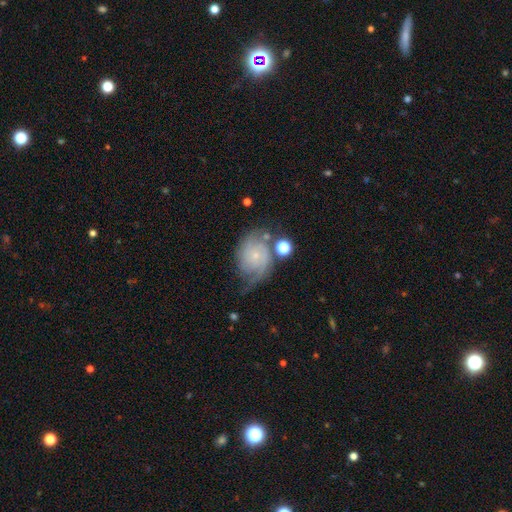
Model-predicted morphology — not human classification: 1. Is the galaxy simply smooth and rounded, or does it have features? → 81% featured or disk, 12% smooth, 7% star or artifact.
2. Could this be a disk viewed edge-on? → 97% no, 3% yes.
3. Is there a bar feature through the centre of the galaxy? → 75% no, 22% weak, 4% strong.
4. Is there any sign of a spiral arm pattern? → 96% yes, 4% no.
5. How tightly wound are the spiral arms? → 49% tight, 37% medium, 14% loose.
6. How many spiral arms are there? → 57% 2, 18% can't tell, 12% 3, 6% 1, 4% 4, 3% more than 4.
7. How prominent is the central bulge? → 80% small, 12% moderate, 7% none, 1% large, 1% dominant.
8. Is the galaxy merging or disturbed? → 56% none, 22% minor disturbance, 15% major disturbance, 7% merger.